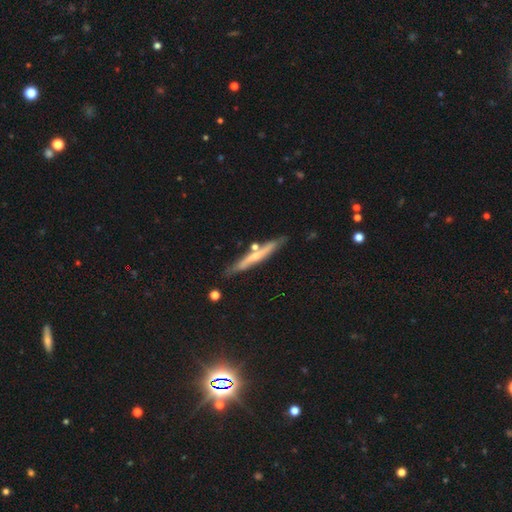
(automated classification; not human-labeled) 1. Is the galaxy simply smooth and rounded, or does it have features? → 57% featured or disk, 36% smooth, 6% star or artifact.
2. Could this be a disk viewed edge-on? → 91% yes, 9% no.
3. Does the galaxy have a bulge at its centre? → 58% rounded, 37% none, 5% boxy.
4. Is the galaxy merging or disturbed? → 76% none, 14% minor disturbance, 7% merger, 3% major disturbance.